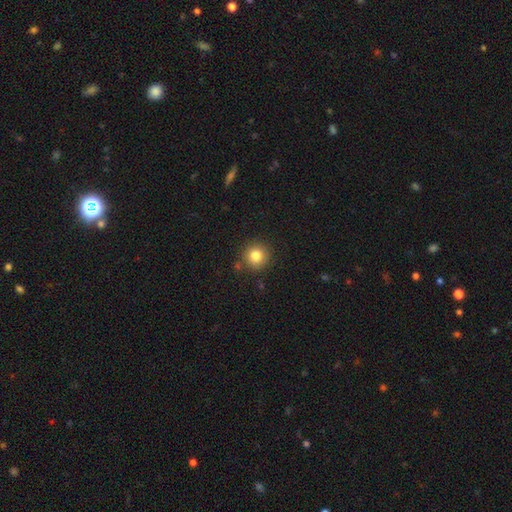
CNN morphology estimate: Smooth or featured? Predicted: smooth (p=0.81). How rounded? Predicted: round (p=0.94). Merging? Predicted: none (p=0.87).